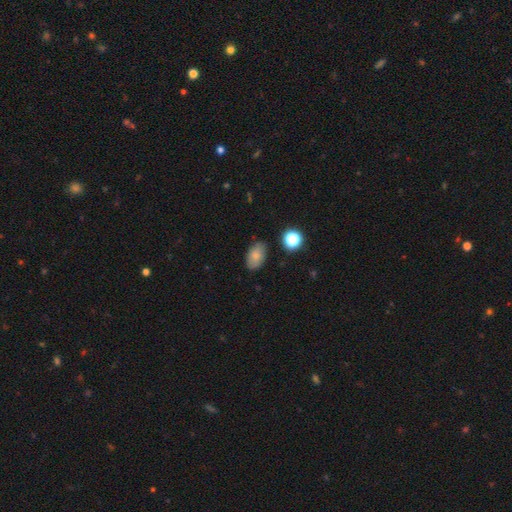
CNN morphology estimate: smooth 77%, featured or disk 13%, star or artifact 10%. Down the decision tree: how rounded — in between (88%); merging — none (80%).